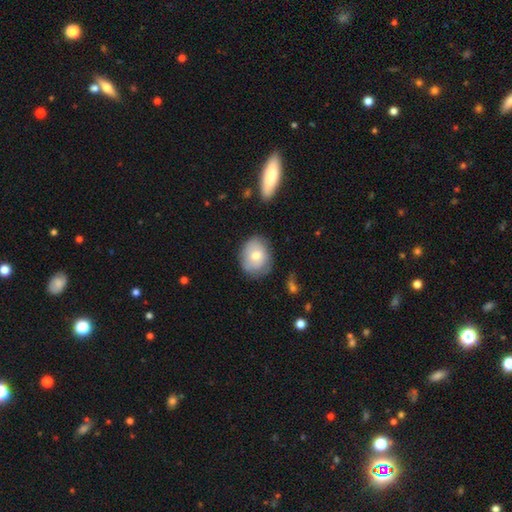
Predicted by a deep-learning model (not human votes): Smooth or featured? Predicted: smooth (p=0.68). How rounded? Predicted: round (p=0.56). Merging? Predicted: none (p=0.73).